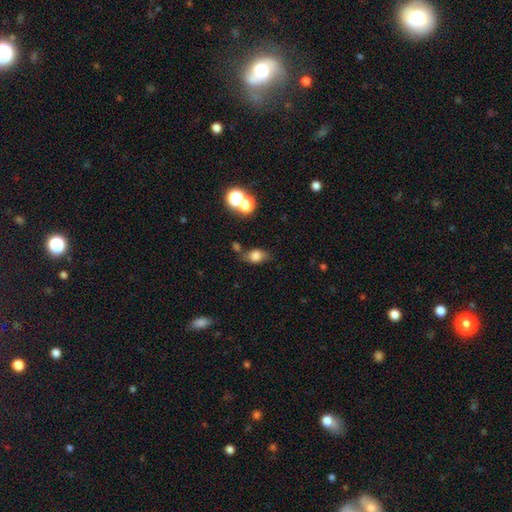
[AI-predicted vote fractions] This is likely a smooth galaxy (75%). How rounded: likely in between (76%). Merging: likely none (65%).